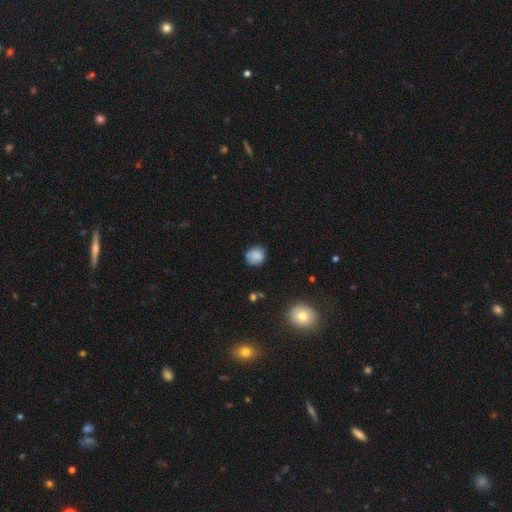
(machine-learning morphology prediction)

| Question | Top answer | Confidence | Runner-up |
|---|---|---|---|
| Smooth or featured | smooth | 81% | star or artifact (10%) |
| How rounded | round | 83% | in between (16%) |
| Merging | none | 70% | minor disturbance (22%) |